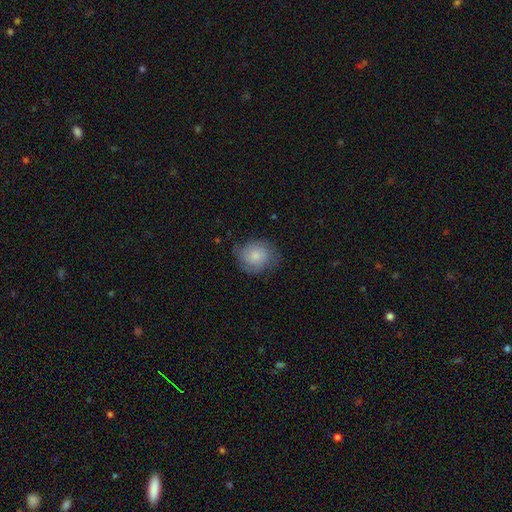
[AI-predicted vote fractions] Smooth or featured?
  - smooth: 64% *
  - featured or disk: 29%
  - star or artifact: 7%
How rounded?
  - round: 74% *
  - in between: 25%
  - cigar-shaped: 1%
Merging?
  - none: 69% *
  - minor disturbance: 23%
  - major disturbance: 7%
  - merger: 1%